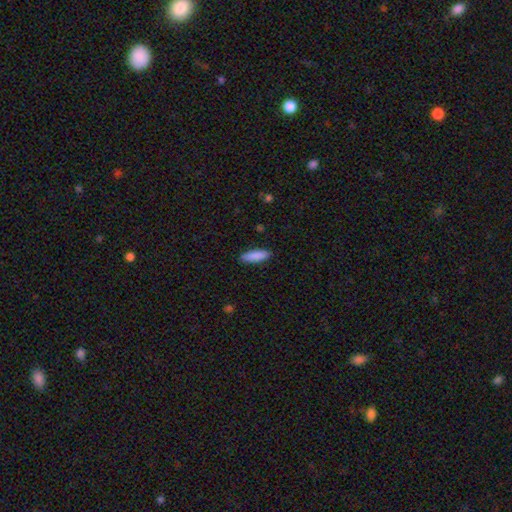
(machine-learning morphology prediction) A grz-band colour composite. It shows a smooth galaxy with no disk features (89%) that is cigar-shaped (53%). Merging: none (89%).